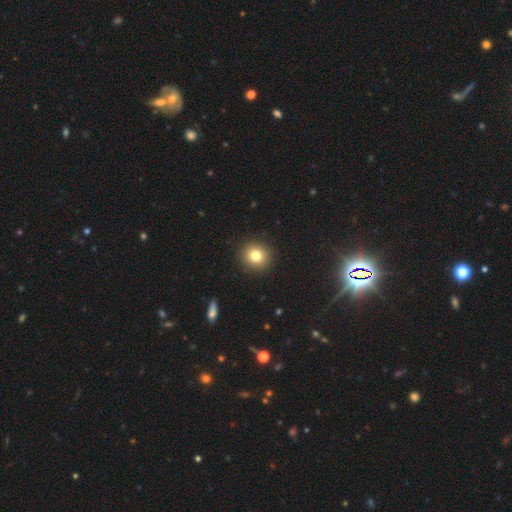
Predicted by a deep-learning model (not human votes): smooth 80%, star or artifact 11%, featured or disk 8%. Down the decision tree: how rounded — round (90%); merging — none (92%).